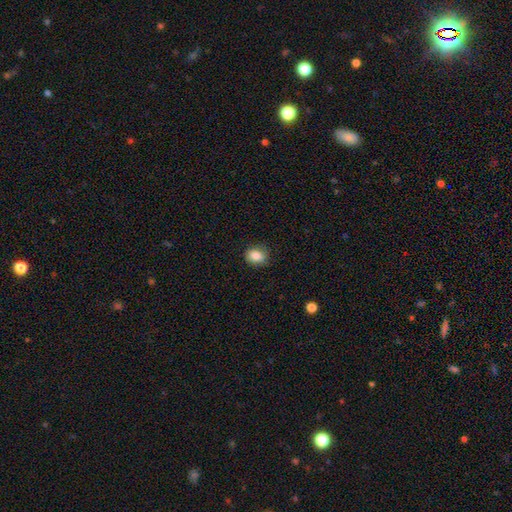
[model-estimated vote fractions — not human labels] A smooth galaxy with no disk features (86%) that is in between round and cigar-shaped (50%).

Vote fractions:
- Smooth or featured? smooth: 86% / star or artifact: 9% / featured or disk: 5%
- How rounded? in between: 50% / round: 49% / cigar-shaped: 1%
- Merging? none: 84% / minor disturbance: 12% / major disturbance: 3% / merger: 1%